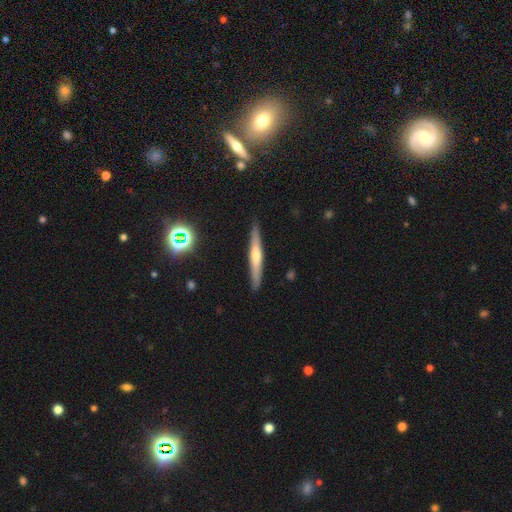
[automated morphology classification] A featured or disk galaxy (57%) viewed edge-on (95%) with a rounded central bulge (75%).

Vote fractions:
- Smooth or featured? featured or disk: 57% / smooth: 36% / star or artifact: 7%
- Edge-on disk? yes: 95% / no: 5%
- Edge-on bulge? rounded: 75% / none: 20% / boxy: 5%
- Merging? none: 90% / minor disturbance: 7% / major disturbance: 1% / merger: 1%